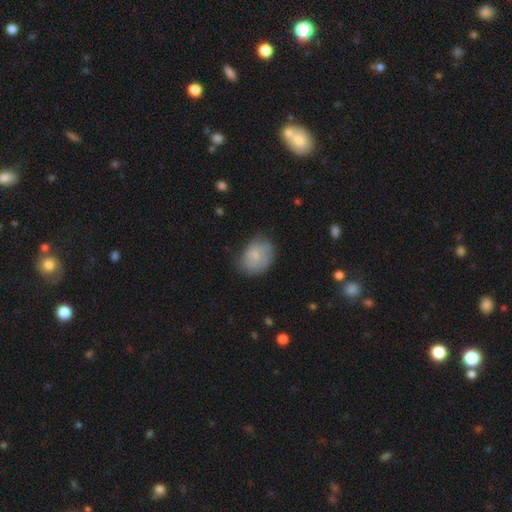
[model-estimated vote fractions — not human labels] Overall: smooth (68%). How rounded: in between (64%; round 35%). Merging: none (60%; minor disturbance 29%).